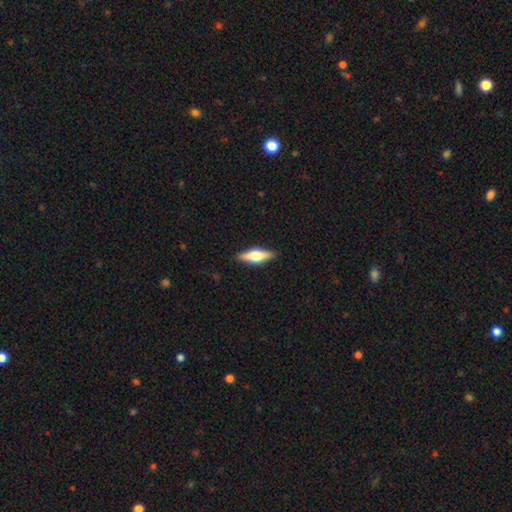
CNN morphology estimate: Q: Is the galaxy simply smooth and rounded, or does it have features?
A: featured or disk — 55%.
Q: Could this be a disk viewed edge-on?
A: yes — 95%.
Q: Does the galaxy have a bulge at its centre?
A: rounded — 93%.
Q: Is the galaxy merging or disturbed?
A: none — 89%.